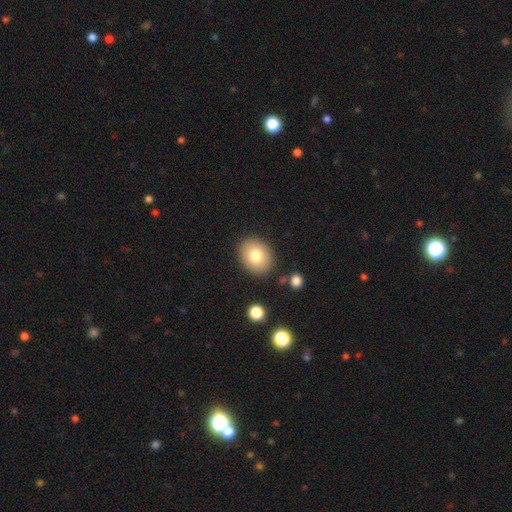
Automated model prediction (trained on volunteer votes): smooth 78%, featured or disk 13%, star or artifact 9%. Down the decision tree: how rounded — in between (50%); merging — none (87%).